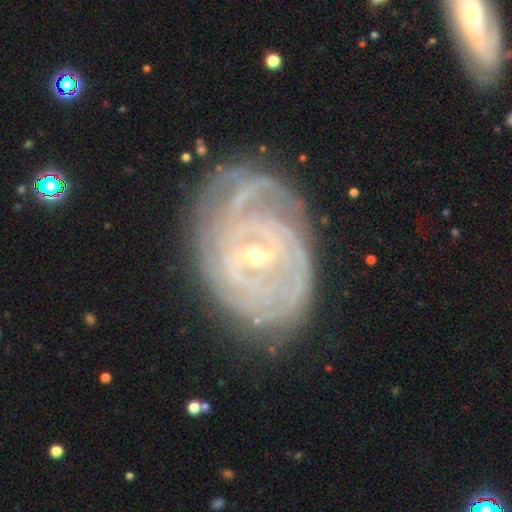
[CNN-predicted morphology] This appears to be a featured or disk galaxy (87%) with a weak bar (45%), tight (77%) spiral arms (93%) and a small central bulge (63%). Merging: none (71%).